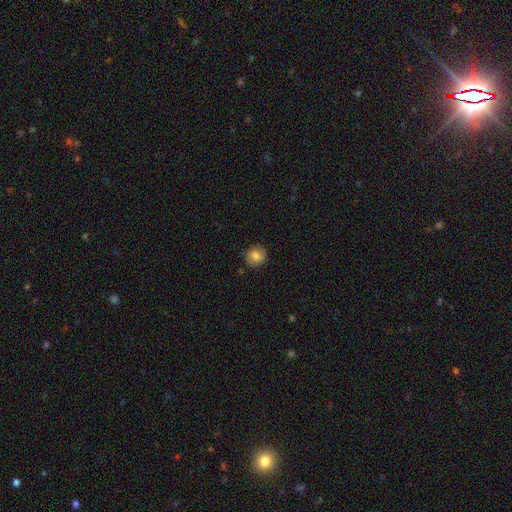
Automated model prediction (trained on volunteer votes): A smooth galaxy with no disk features (71%) that is round (84%). Merging: none (82%).